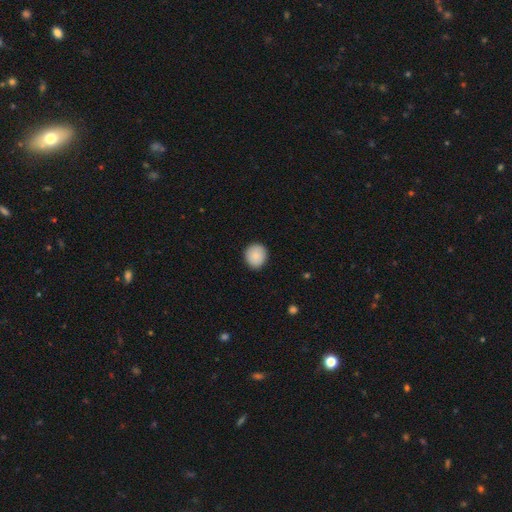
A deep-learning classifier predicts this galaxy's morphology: Q: Smooth or featured?
A: smooth (87%); runner-up: star or artifact (7%)
Q: How rounded?
A: round (85%); runner-up: in between (14%)
Q: Merging?
A: none (89%); runner-up: minor disturbance (8%)